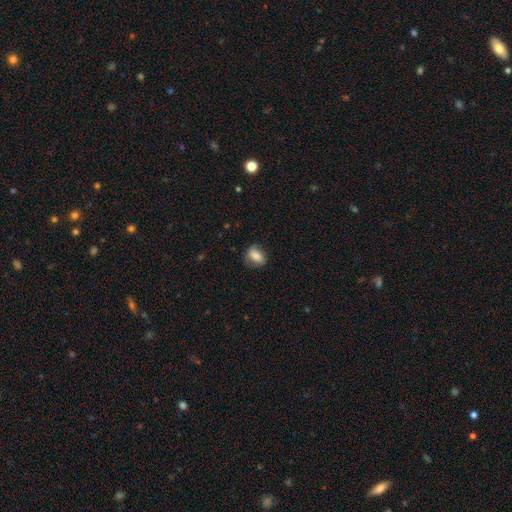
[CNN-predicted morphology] Smooth or featured?
  - smooth: 71% *
  - featured or disk: 21%
  - star or artifact: 8%
How rounded?
  - in between: 76% *
  - round: 22%
  - cigar-shaped: 3%
Merging?
  - none: 68% *
  - minor disturbance: 23%
  - major disturbance: 8%
  - merger: 1%